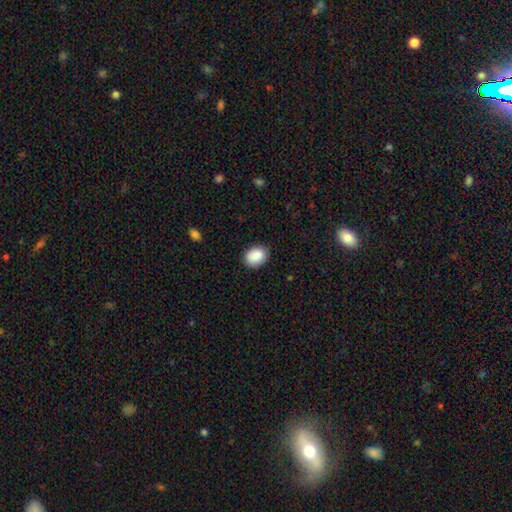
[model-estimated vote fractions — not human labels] This appears to be a smooth galaxy with no disk features (90%) that is in between round and cigar-shaped (68%). Merging: none (86%).